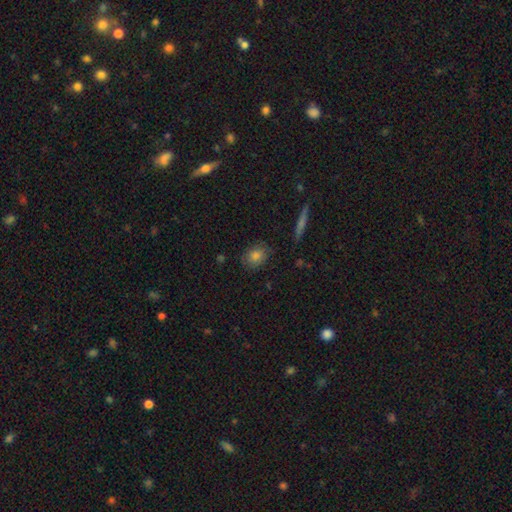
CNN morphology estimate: Smooth or featured?
  - smooth: 79% *
  - star or artifact: 11%
  - featured or disk: 11%
How rounded?
  - round: 53% *
  - in between: 44%
  - cigar-shaped: 3%
Merging?
  - none: 83% *
  - minor disturbance: 13%
  - major disturbance: 3%
  - merger: 2%